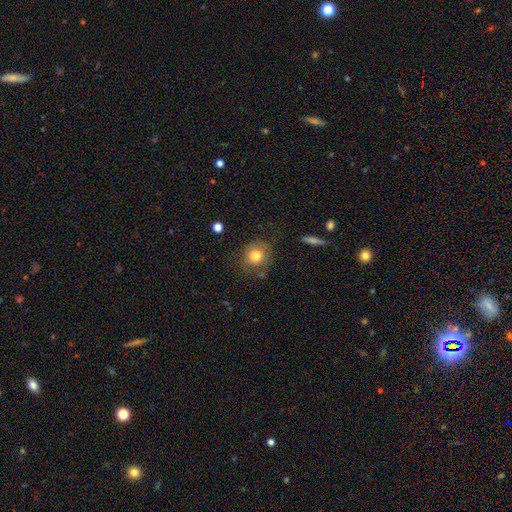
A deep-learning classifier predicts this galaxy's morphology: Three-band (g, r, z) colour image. It shows a smooth galaxy with no disk features (79%) that is round (85%). Merging: none (75%).